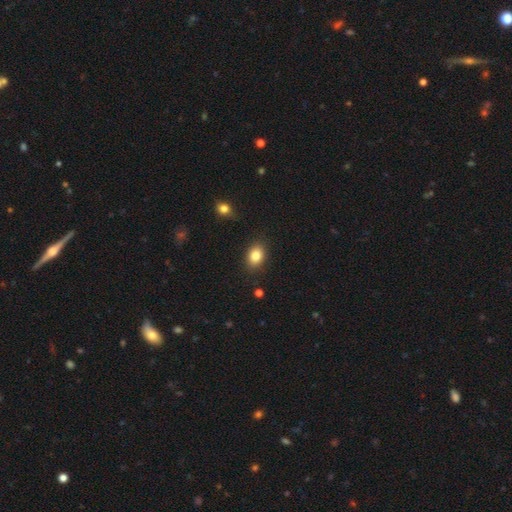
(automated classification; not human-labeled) This is clearly a smooth galaxy (83%). How rounded: likely in between (70%). Merging: clearly none (87%).